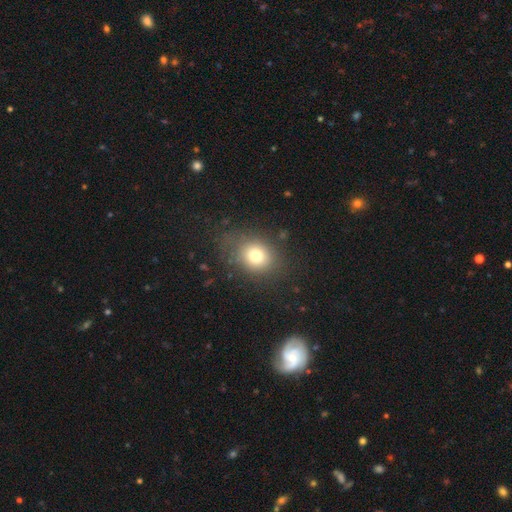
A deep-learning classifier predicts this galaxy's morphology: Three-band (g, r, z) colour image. It shows a smooth galaxy with no disk features (77%) that is round (55%). Merging: none (74%).